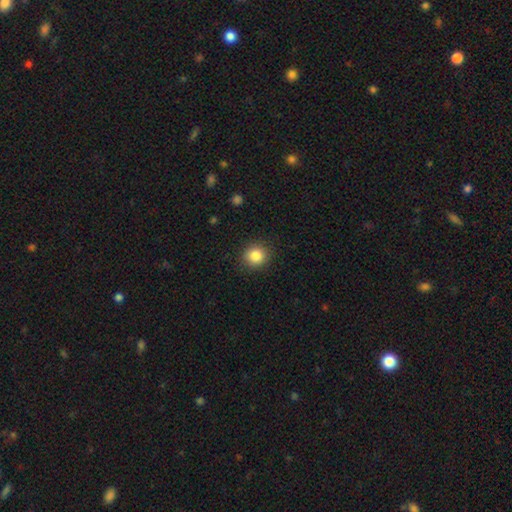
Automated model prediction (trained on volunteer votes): Smooth or featured?
  - smooth: 85% *
  - star or artifact: 10%
  - featured or disk: 5%
How rounded?
  - round: 86% *
  - in between: 13%
  - cigar-shaped: 1%
Merging?
  - none: 89% *
  - minor disturbance: 7%
  - major disturbance: 2%
  - merger: 1%